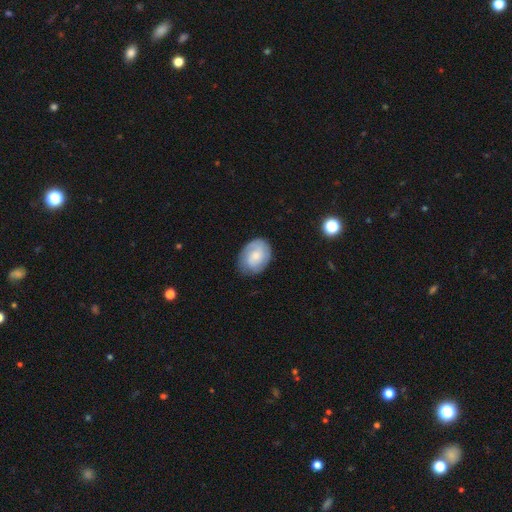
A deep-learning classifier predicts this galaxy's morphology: Overall: featured or disk (50%; smooth 43%). Edge-on disk: no (97%). Merging: none (76%).